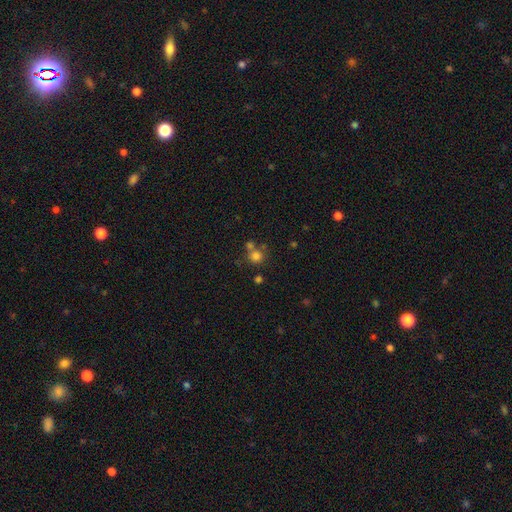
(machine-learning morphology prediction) smooth_or_featured: smooth (p=0.76) [alt: star or artifact p=0.15]
how_rounded: round (p=0.90) [alt: in between p=0.09]
merging: none (p=0.59) [alt: merger p=0.28]